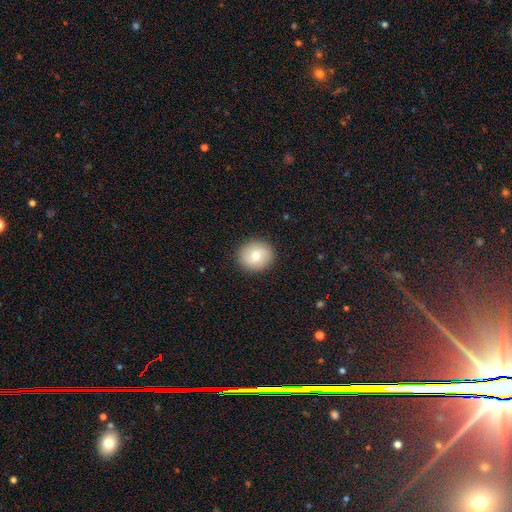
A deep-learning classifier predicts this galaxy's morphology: This appears to be a smooth galaxy with no disk features (73%) that is round (86%). Merging: none (90%).